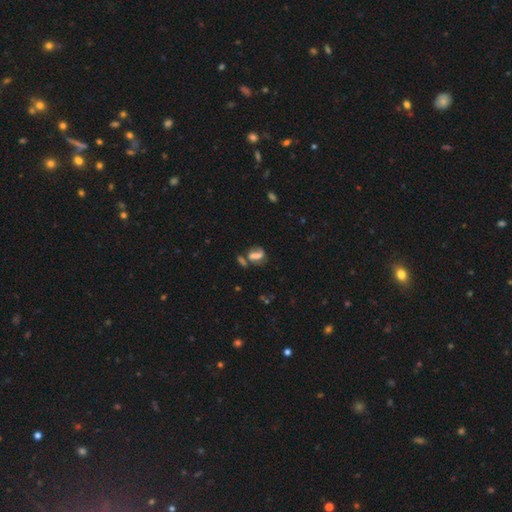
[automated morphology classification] This appears to be a smooth galaxy with no disk features (51%) that is in between round and cigar-shaped (67%). Merging: none (41%).